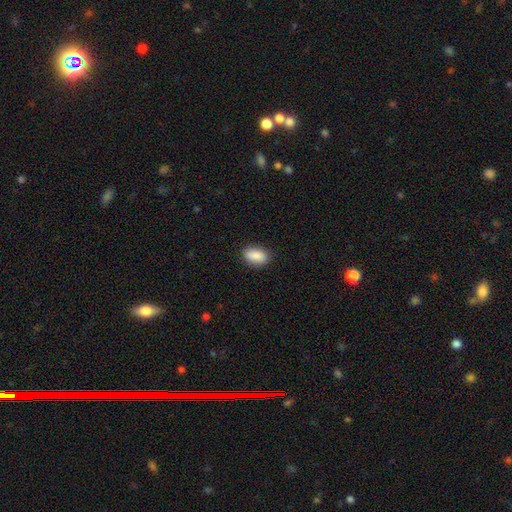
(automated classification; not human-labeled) This is clearly a smooth galaxy (88%). How rounded: clearly in between (89%). Merging: clearly none (84%).